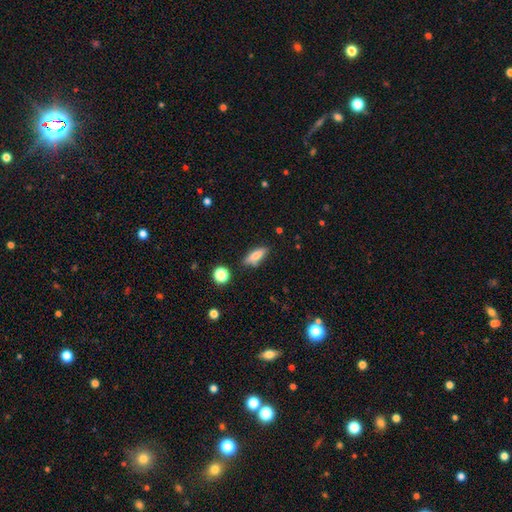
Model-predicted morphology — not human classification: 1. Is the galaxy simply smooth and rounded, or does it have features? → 69% smooth, 23% featured or disk, 9% star or artifact.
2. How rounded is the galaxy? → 54% in between, 42% cigar-shaped, 4% round.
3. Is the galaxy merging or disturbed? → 76% none, 15% minor disturbance, 5% merger, 4% major disturbance.